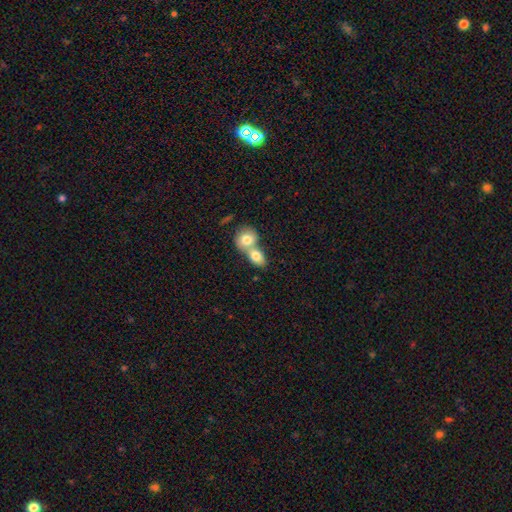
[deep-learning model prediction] This appears to be a smooth galaxy with no disk features (79%) that is in between round and cigar-shaped (67%). Merging: merger (69%).